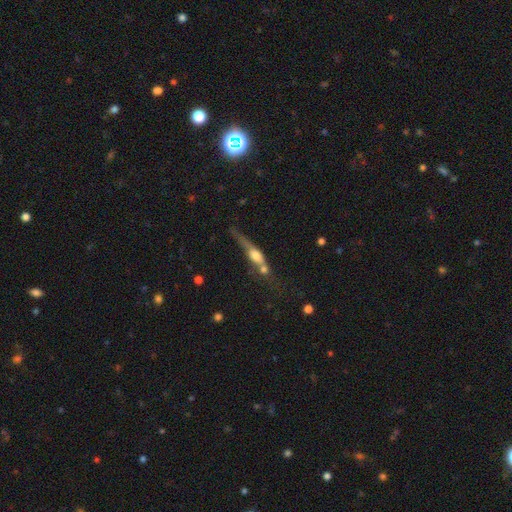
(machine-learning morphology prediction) Overall: featured or disk (49%; smooth 42%). Merging: merger (35%; none 30%).